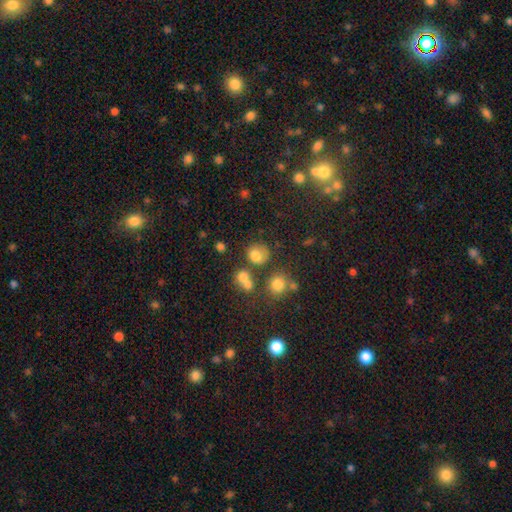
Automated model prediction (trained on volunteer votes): This is likely a smooth galaxy (75%). How rounded: likely round (76%). Merging: likely none (63%).